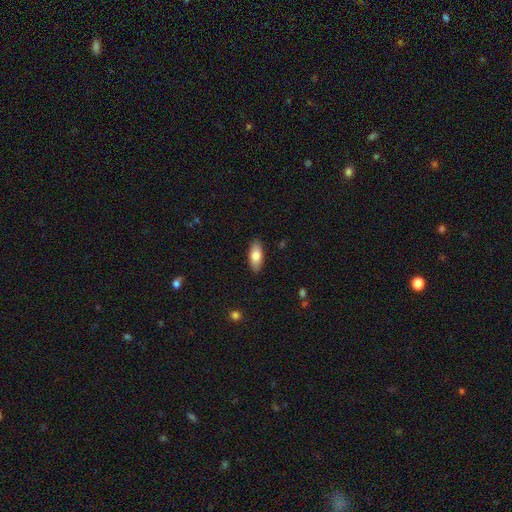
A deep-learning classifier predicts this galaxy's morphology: Smooth or featured? smooth (79%)
How rounded? in between (83%)
Merging? none (88%)